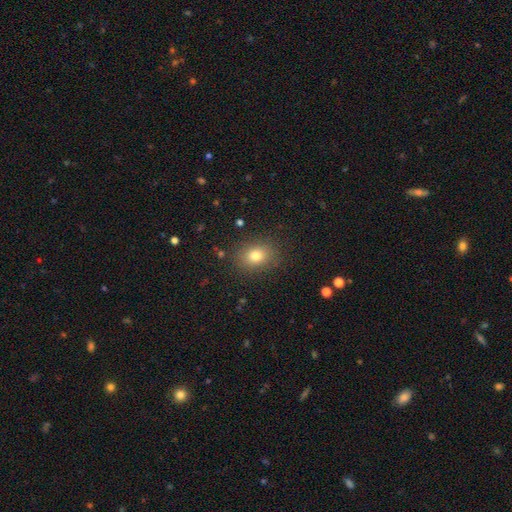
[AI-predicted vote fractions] Morphology: type=smooth (79%); roundness=in between (62%); merging=none (86%).